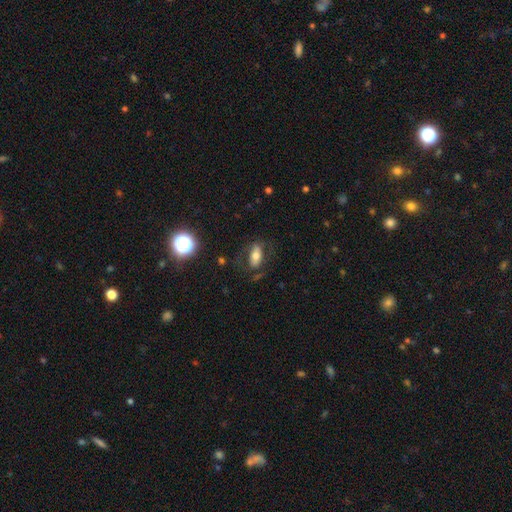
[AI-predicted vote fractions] smooth-or-featured: smooth: 62% | featured or disk: 27% | star or artifact: 11%
  how-rounded: in between: 84% | cigar-shaped: 10% | round: 6%
  merging: none: 68% | minor disturbance: 17% | major disturbance: 13% | merger: 2%